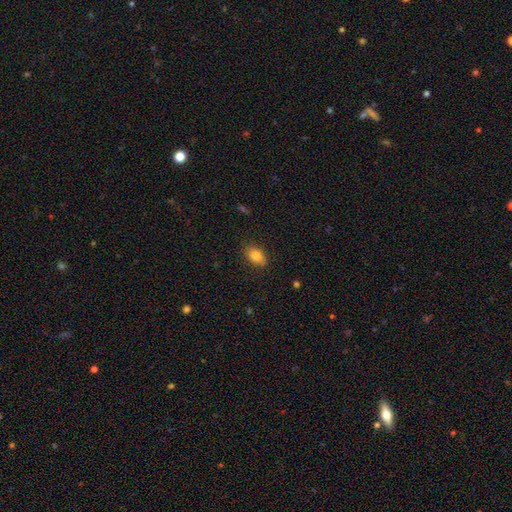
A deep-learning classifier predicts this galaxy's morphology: Smooth or featured?
  - smooth: 84% *
  - star or artifact: 8%
  - featured or disk: 8%
How rounded?
  - in between: 84% *
  - round: 13%
  - cigar-shaped: 2%
Merging?
  - none: 83% *
  - minor disturbance: 13%
  - major disturbance: 3%
  - merger: 1%